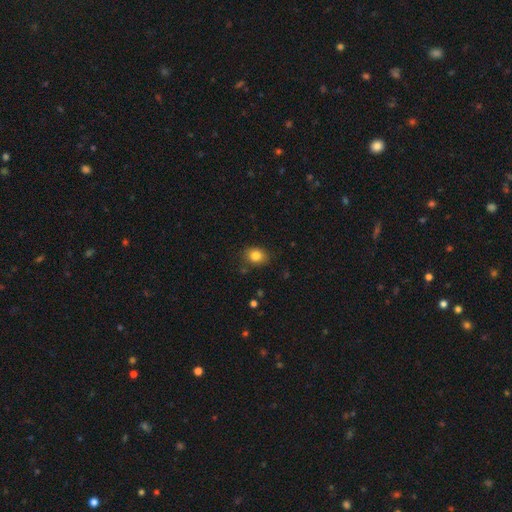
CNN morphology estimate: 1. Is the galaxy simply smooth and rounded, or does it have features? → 83% smooth, 10% star or artifact, 7% featured or disk.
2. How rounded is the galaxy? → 52% in between, 47% round, 1% cigar-shaped.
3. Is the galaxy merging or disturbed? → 82% none, 13% minor disturbance, 3% major disturbance, 2% merger.